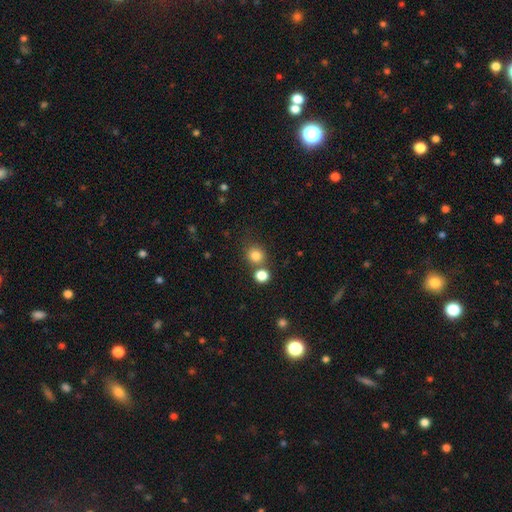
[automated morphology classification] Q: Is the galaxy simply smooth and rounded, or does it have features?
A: smooth — 81%.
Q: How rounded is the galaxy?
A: round — 87%.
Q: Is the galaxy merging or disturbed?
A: none — 67%.